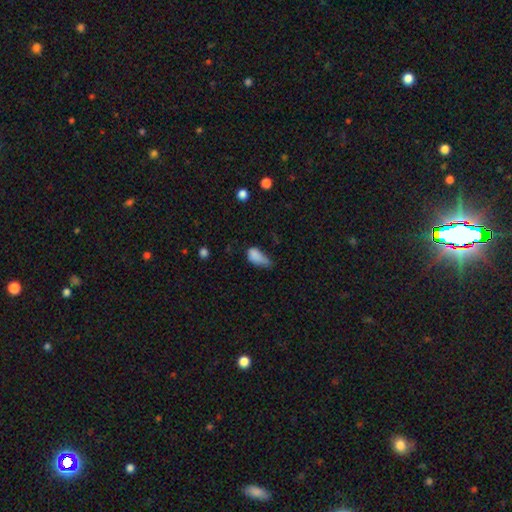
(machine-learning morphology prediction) smooth_or_featured: smooth (p=0.80) [alt: star or artifact p=0.10]
how_rounded: in between (p=0.88) [alt: round p=0.06]
merging: minor disturbance (p=0.42) [alt: major disturbance p=0.32]